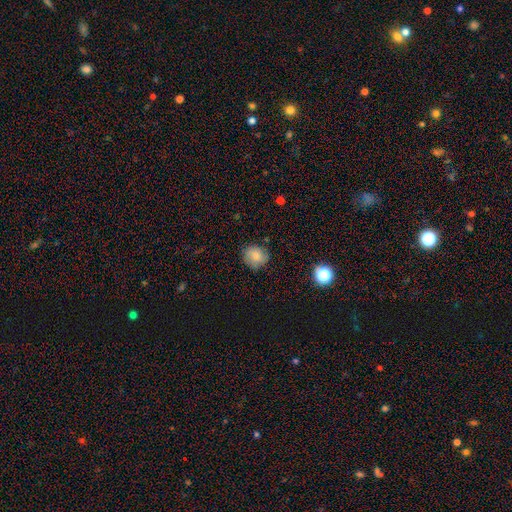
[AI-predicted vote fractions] Overall: smooth (78%). How rounded: round (81%). Merging: none (80%).